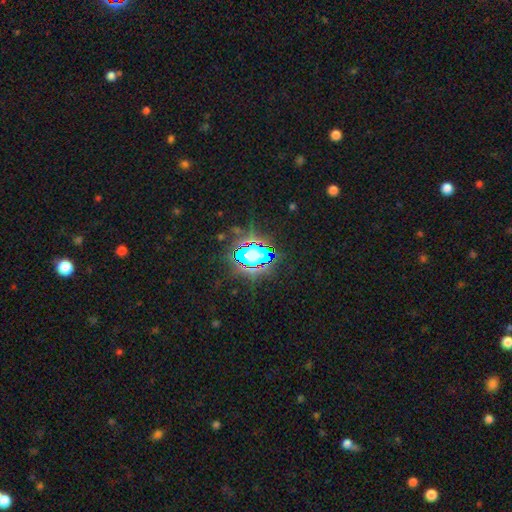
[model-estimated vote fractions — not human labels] Smooth or featured? Predicted: star or artifact (p=0.68).